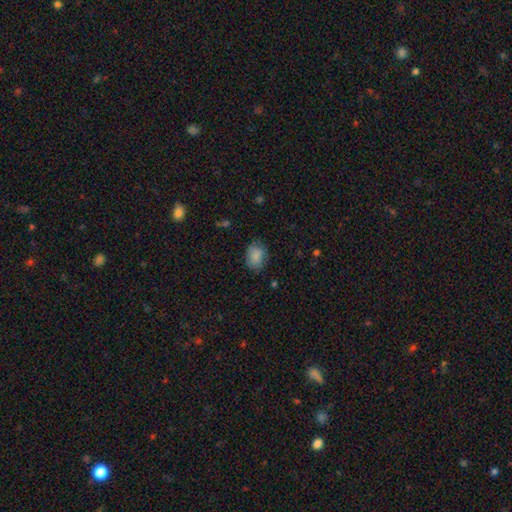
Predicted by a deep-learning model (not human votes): Smooth or featured? Predicted: smooth (p=0.85). How rounded? Predicted: in between (p=0.67). Merging? Predicted: none (p=0.75).